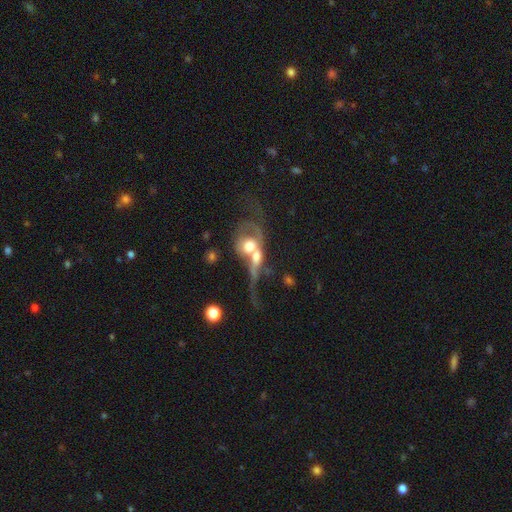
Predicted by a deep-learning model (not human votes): featured or disk 55%, smooth 35%, star or artifact 10%. Down the decision tree: edge-on disk — no (88%); merging — merger (72%).